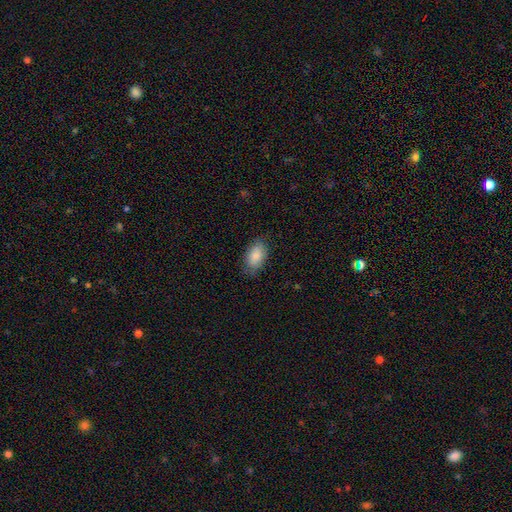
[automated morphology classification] smooth_or_featured: smooth (p=0.87) [alt: featured or disk p=0.07]
how_rounded: in between (p=0.93) [alt: round p=0.05]
merging: none (p=0.79) [alt: minor disturbance p=0.17]